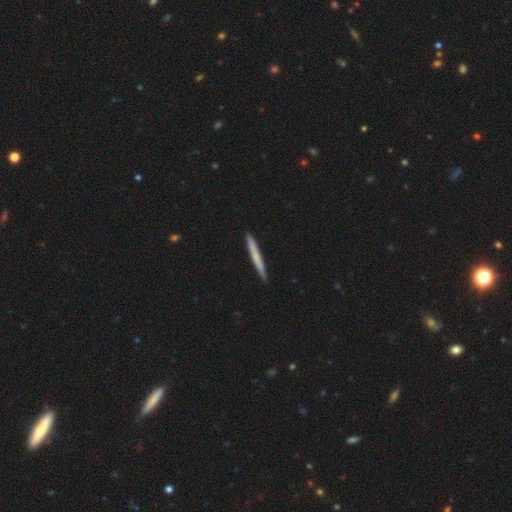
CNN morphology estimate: type=smooth (63%); roundness=cigar-shaped (97%); merging=none (92%).